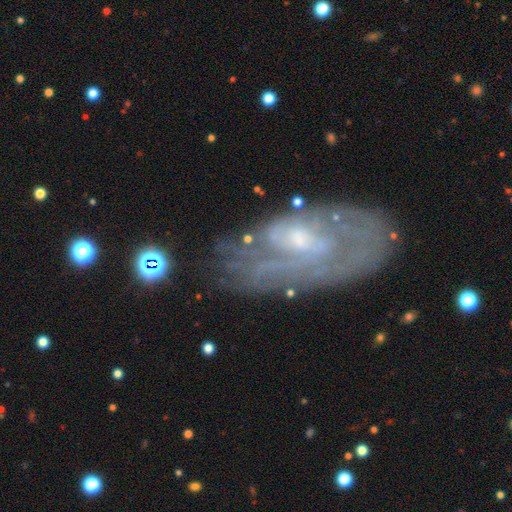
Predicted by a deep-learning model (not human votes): smooth-or-featured: featured or disk: 72% | smooth: 19% | star or artifact: 9%
  disk-edge-on: no: 91% | yes: 9%
    bar: no: 68% | weak: 27% | strong: 5%
    has-spiral-arms: yes: 66% | no: 34%
    bulge-size: small: 53% | moderate: 33% | none: 11% | large: 3% | dominant: 1%
  merging: none: 60% | minor disturbance: 23% | major disturbance: 13% | merger: 3%